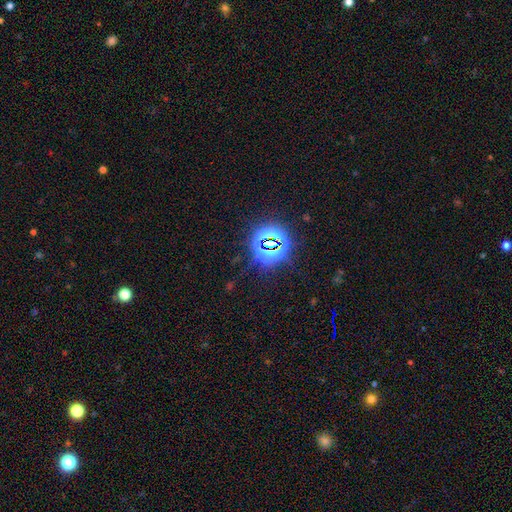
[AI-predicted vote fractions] Smooth or featured? star or artifact (79%)